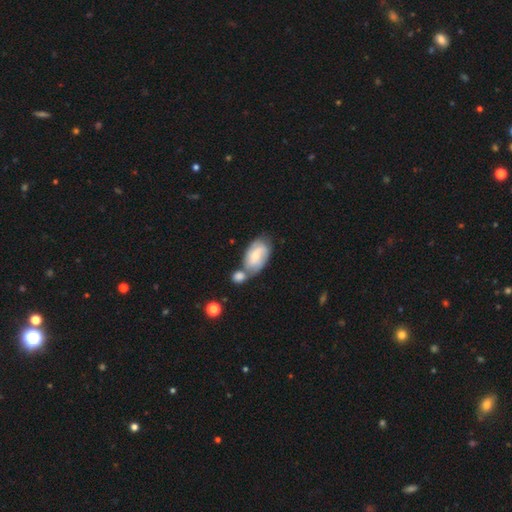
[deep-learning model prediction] smooth 49%, featured or disk 45%, star or artifact 6%. Down the decision tree: merging — merger (43%).